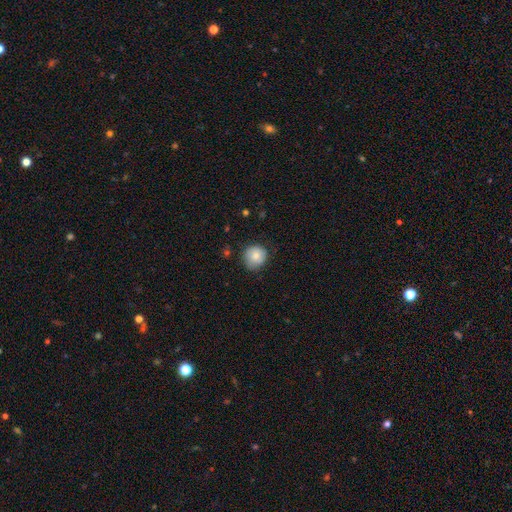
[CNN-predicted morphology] Smooth or featured: smooth — 79% (featured or disk — 12%)
How rounded: round — 90% (in between — 9%)
Merging: none — 75% (minor disturbance — 20%)